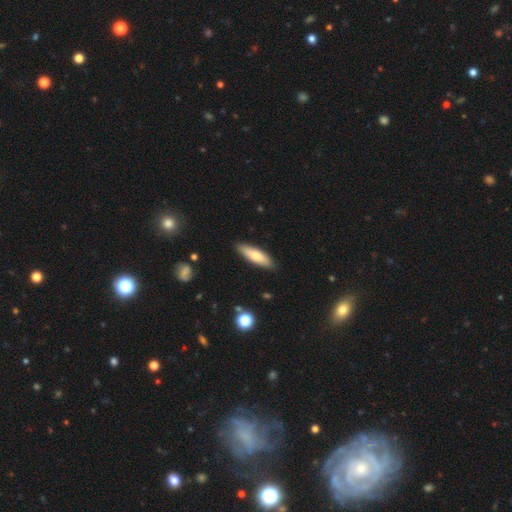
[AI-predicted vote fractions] This appears to be a smooth galaxy with no disk features (70%) that is cigar-shaped (56%). Merging: none (87%).